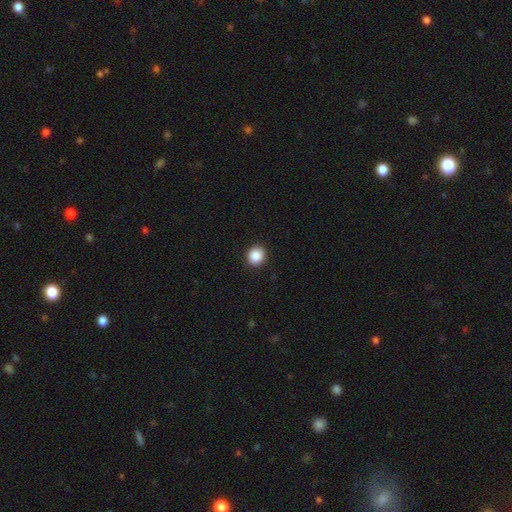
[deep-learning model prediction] Overall: smooth (89%). How rounded: round (81%). Merging: none (91%).